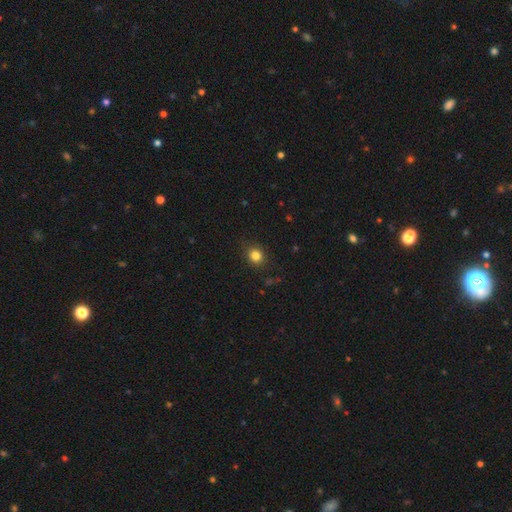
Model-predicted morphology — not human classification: A smooth galaxy with no disk features (82%) that is round (79%). Merging: none (85%).